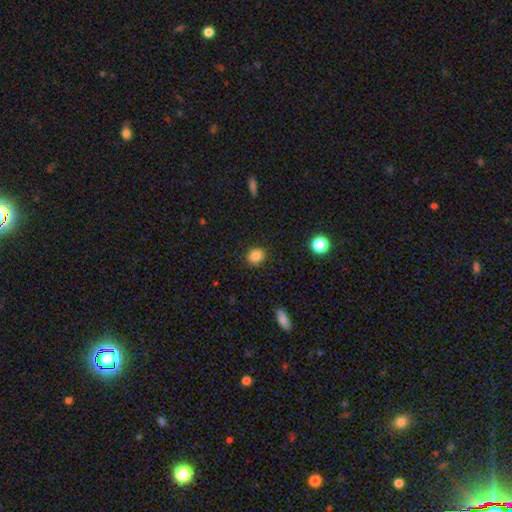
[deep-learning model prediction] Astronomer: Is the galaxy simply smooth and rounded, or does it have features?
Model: smooth — 84%.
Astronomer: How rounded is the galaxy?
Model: round — 74%.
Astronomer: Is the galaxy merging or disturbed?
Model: none — 87%.